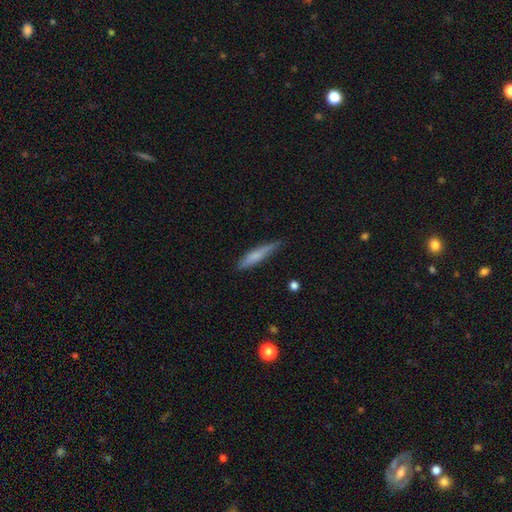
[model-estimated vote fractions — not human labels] Overall: smooth (72%). How rounded: cigar-shaped (88%). Merging: none (76%).